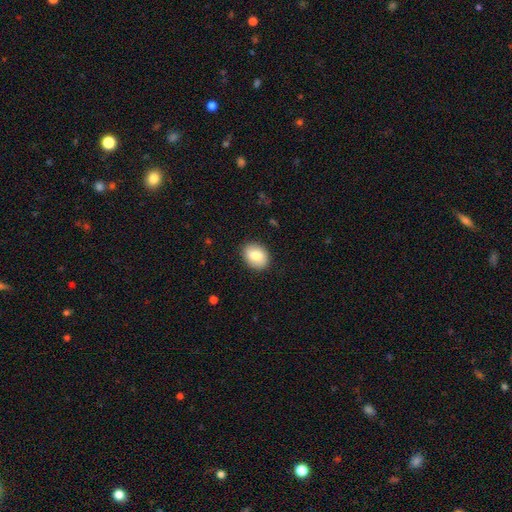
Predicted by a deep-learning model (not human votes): Q: Smooth or featured?
A: smooth (80%); runner-up: featured or disk (13%)
Q: How rounded?
A: in between (65%); runner-up: round (34%)
Q: Merging?
A: none (88%); runner-up: minor disturbance (9%)